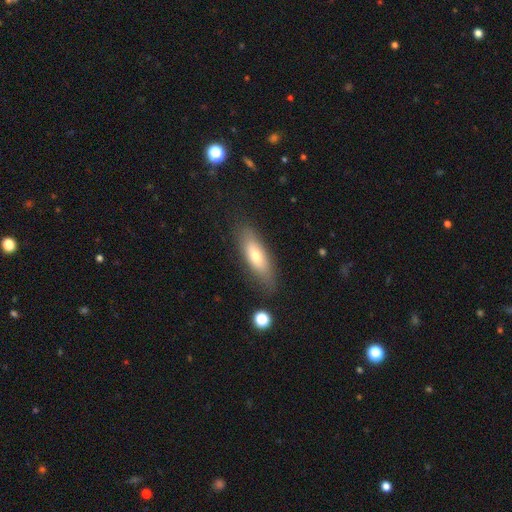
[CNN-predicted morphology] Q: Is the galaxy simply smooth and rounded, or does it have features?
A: smooth — 64%.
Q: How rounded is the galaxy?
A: in between — 55%.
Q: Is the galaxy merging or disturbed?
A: none — 80%.